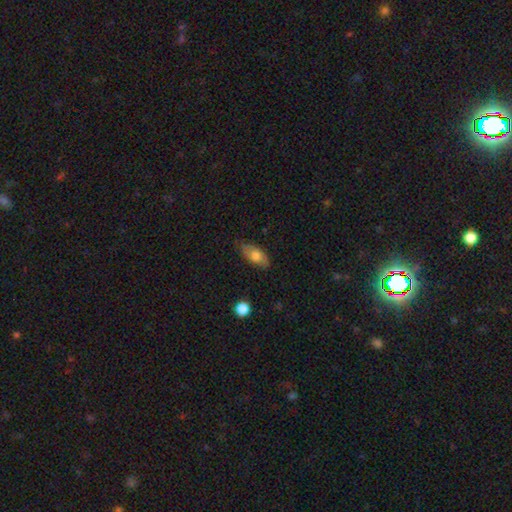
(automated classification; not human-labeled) Q: Smooth or featured?
A: smooth (67%); runner-up: featured or disk (25%)
Q: How rounded?
A: in between (86%); runner-up: cigar-shaped (9%)
Q: Merging?
A: none (76%); runner-up: minor disturbance (19%)